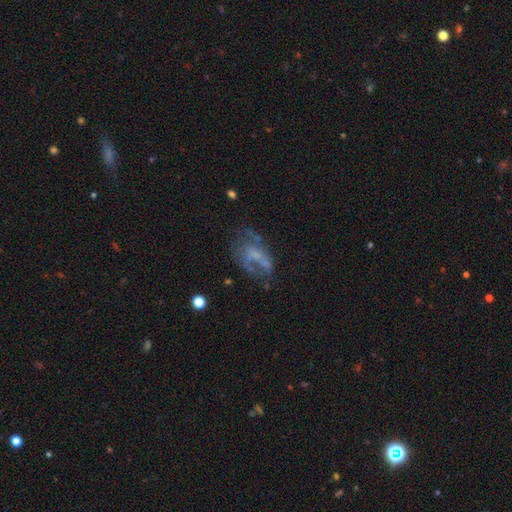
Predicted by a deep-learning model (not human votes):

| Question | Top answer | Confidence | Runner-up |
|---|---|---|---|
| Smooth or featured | featured or disk | 62% | smooth (24%) |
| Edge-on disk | no | 96% | yes (4%) |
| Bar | no | 67% | weak (25%) |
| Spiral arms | no | 53% | yes (47%) |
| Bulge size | none | 53% | small (30%) |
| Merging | none | 38% | major disturbance (34%) |